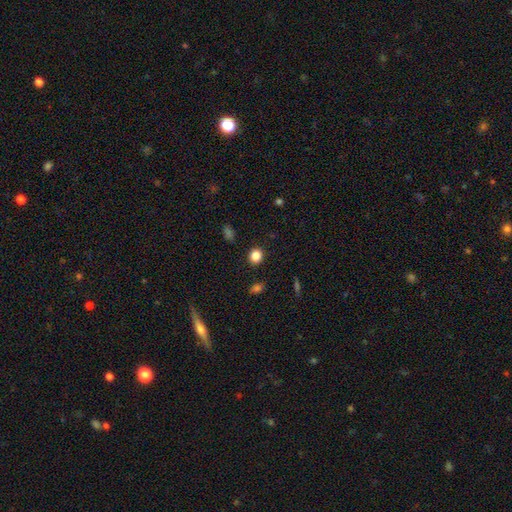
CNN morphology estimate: Smooth or featured? Predicted: smooth (p=0.85). How rounded? Predicted: round (p=0.83). Merging? Predicted: none (p=0.91).